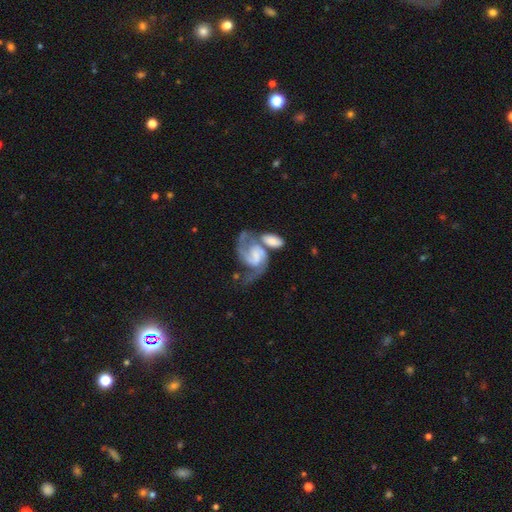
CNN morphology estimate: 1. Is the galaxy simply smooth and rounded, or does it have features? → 81% featured or disk, 13% smooth, 6% star or artifact.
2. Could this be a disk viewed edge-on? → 97% no, 3% yes.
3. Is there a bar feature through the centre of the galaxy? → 47% no, 38% weak, 14% strong.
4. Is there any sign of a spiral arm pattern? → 94% yes, 6% no.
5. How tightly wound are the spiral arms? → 48% medium, 30% loose, 22% tight.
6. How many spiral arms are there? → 79% 2, 10% 1, 6% can't tell, 3% 3, 1% 4, 1% more than 4.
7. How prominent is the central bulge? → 39% none, 32% small, 17% moderate, 10% large, 3% dominant.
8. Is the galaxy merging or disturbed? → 39% merger, 25% none, 22% major disturbance, 14% minor disturbance.